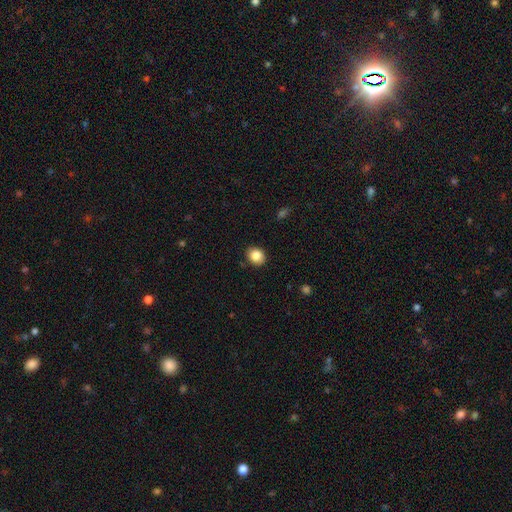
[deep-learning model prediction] smooth_or_featured: smooth (p=0.85) [alt: star or artifact p=0.09]
how_rounded: round (p=0.61) [alt: in between p=0.38]
merging: none (p=0.88) [alt: minor disturbance p=0.09]